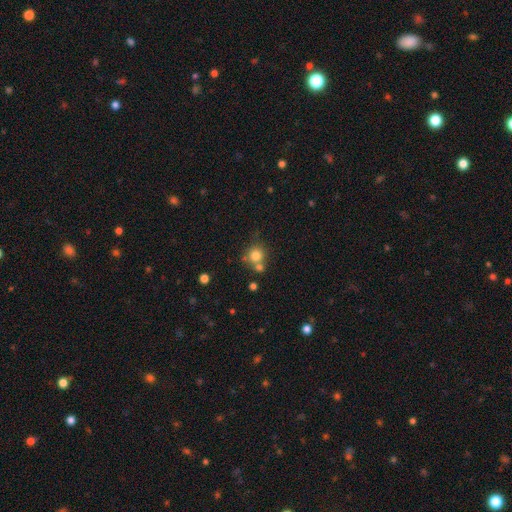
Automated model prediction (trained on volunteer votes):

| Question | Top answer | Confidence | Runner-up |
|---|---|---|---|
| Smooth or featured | smooth | 79% | star or artifact (12%) |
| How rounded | round | 90% | in between (9%) |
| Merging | none | 58% | merger (27%) |